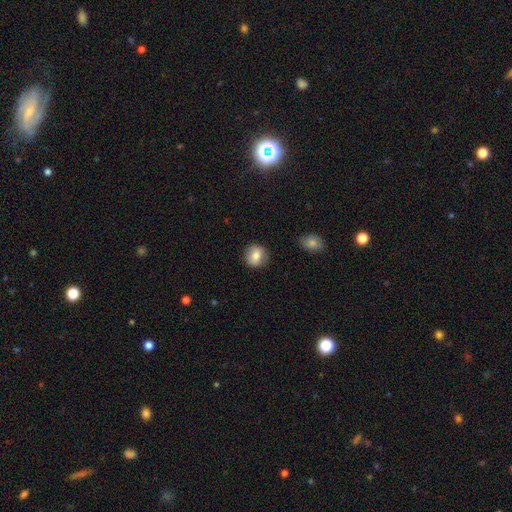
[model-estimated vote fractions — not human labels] This is clearly a smooth galaxy (81%). How rounded: clearly round (84%). Merging: clearly none (87%).